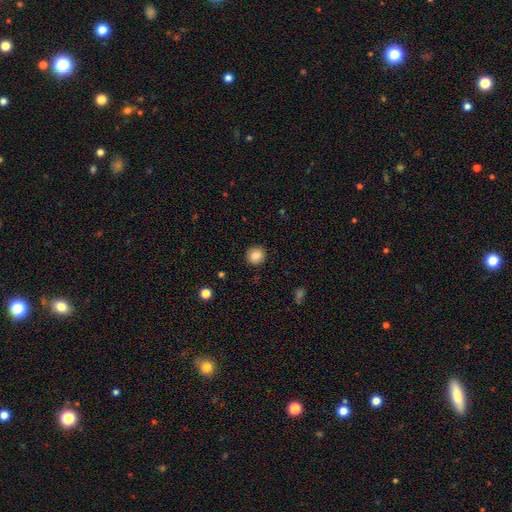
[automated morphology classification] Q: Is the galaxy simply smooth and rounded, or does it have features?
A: smooth — 85%.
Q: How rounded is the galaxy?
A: round — 93%.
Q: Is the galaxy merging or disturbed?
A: none — 92%.